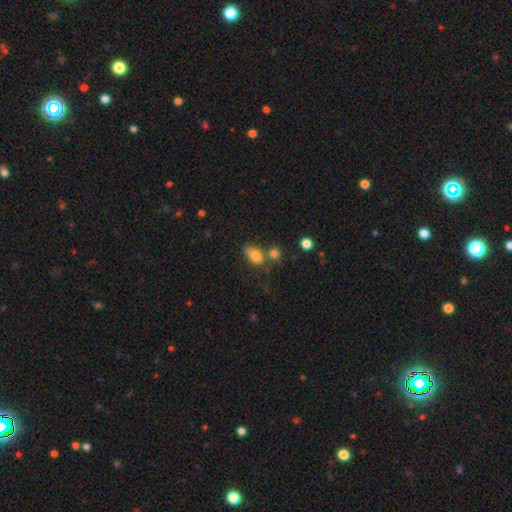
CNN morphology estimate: The model was most divided on "merging": none: 43%, merger: 28%, minor disturbance: 20%, major disturbance: 9%. More confident: smooth or featured — smooth (79%); how rounded — in between (79%).